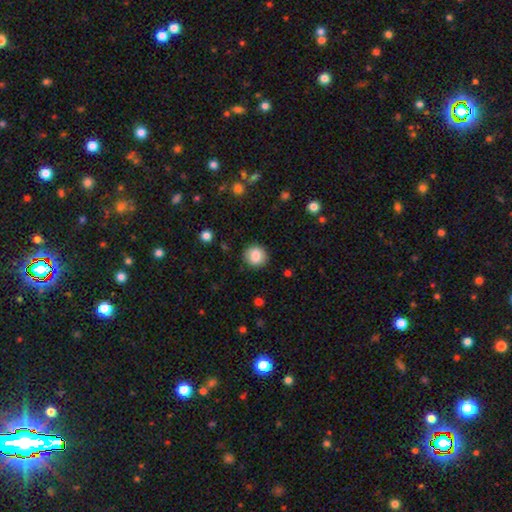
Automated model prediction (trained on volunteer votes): smooth 85%, star or artifact 9%, featured or disk 6%. Down the decision tree: how rounded — round (87%); merging — none (88%).